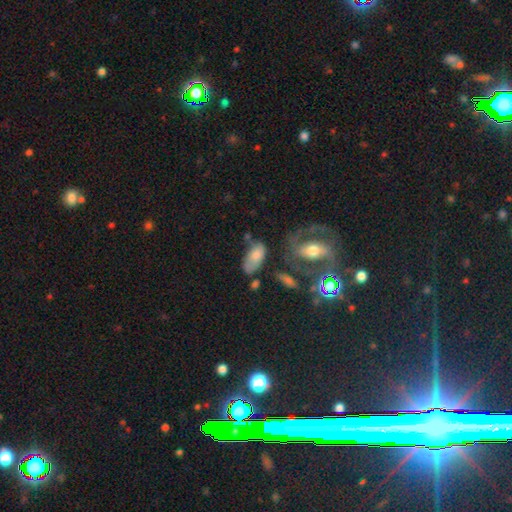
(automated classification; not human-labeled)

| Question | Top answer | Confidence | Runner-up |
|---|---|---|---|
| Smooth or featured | smooth | 62% | featured or disk (29%) |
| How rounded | in between | 91% | round (5%) |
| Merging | none | 45% | minor disturbance (27%) |